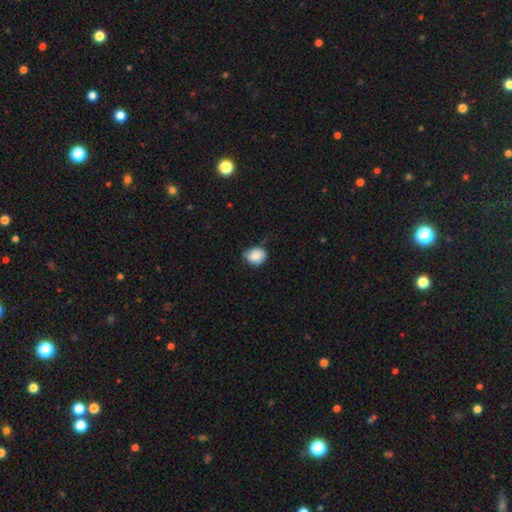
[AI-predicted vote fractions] This is likely a smooth galaxy (78%). How rounded: possibly round (54%). Merging: possibly none (54%).